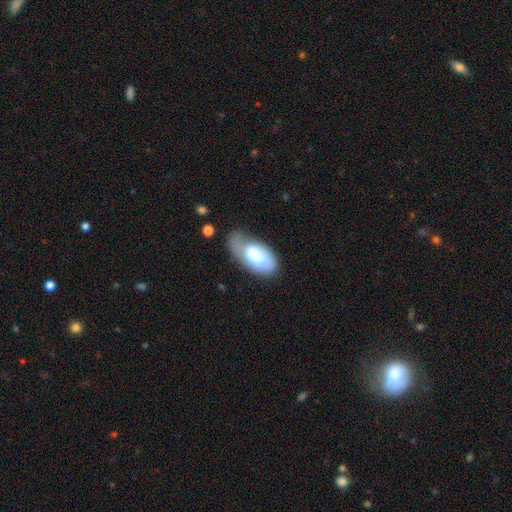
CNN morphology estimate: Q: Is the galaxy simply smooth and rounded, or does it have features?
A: smooth — 64%.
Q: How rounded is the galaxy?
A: in between — 93%.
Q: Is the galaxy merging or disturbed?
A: none — 40%.